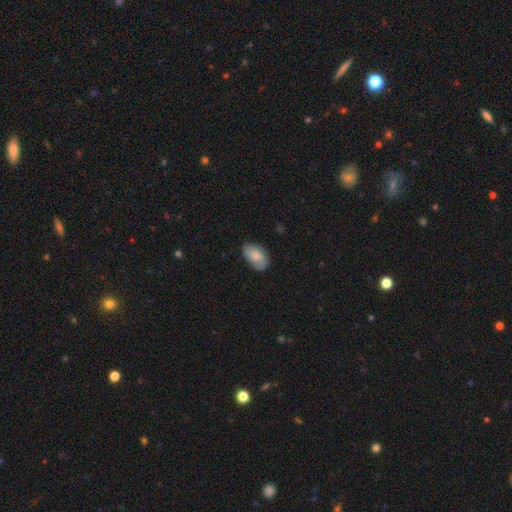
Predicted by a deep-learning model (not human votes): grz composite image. It shows a smooth galaxy with no disk features (72%) that is in between round and cigar-shaped (92%). Merging: none (68%).